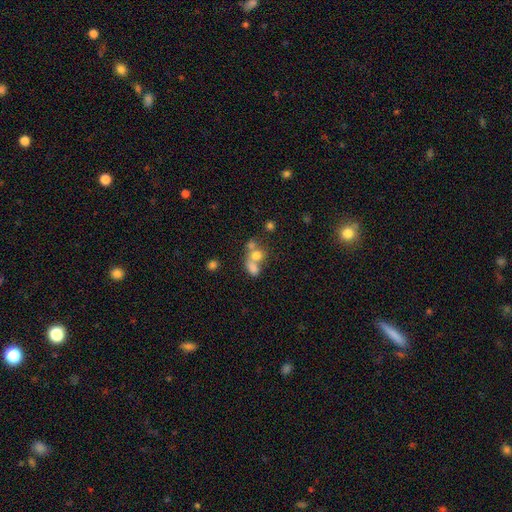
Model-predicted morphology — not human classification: A smooth galaxy with no disk features (68%) that is round (53%). Merging: merger (60%).